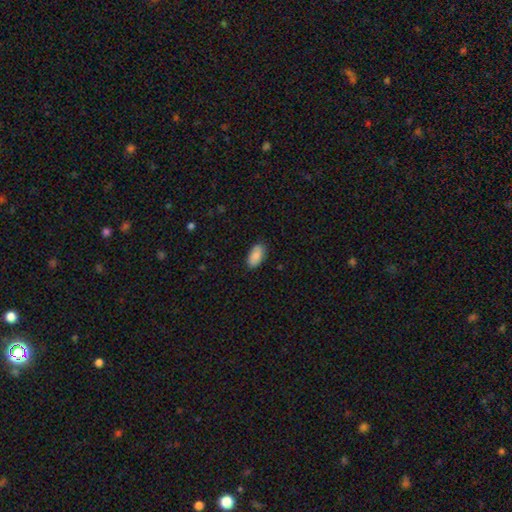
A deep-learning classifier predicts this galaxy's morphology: Smooth or featured?
  - smooth: 89% *
  - star or artifact: 6%
  - featured or disk: 5%
How rounded?
  - in between: 94% *
  - cigar-shaped: 3%
  - round: 2%
Merging?
  - none: 85% *
  - minor disturbance: 12%
  - major disturbance: 2%
  - merger: 1%